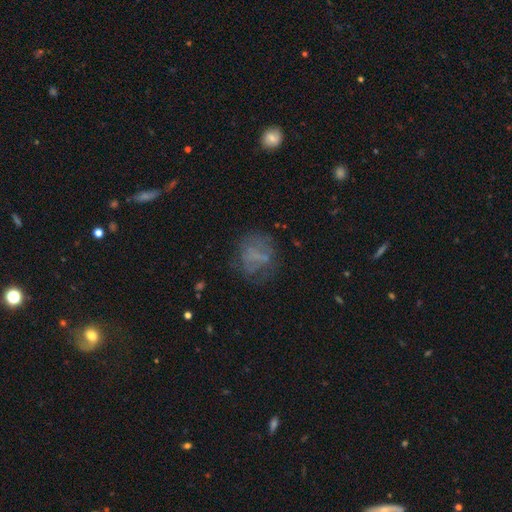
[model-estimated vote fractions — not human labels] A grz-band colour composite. It shows a smooth galaxy with no disk features (46%). Merging: none (59%).